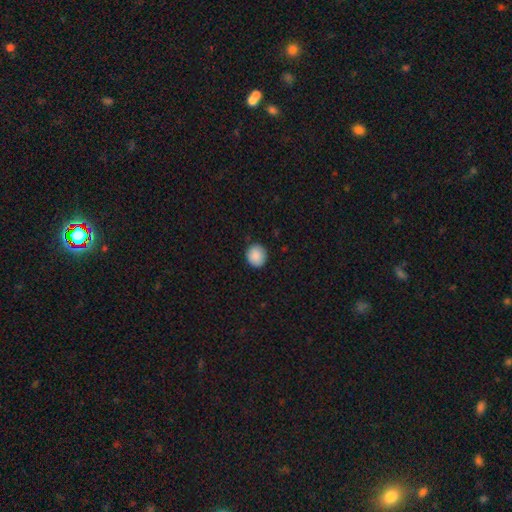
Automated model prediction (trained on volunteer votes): Overall: smooth (89%). How rounded: round (85%). Merging: none (89%).